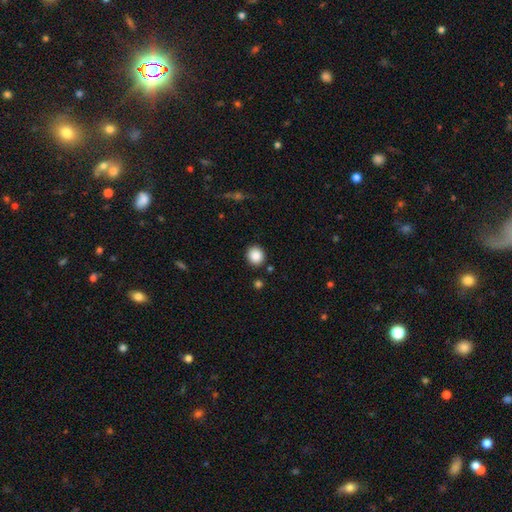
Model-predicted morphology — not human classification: The model was most divided on "how rounded": round: 88%, in between: 11%, cigar-shaped: 1%. More confident: merging — none (90%); smooth or featured — smooth (87%).